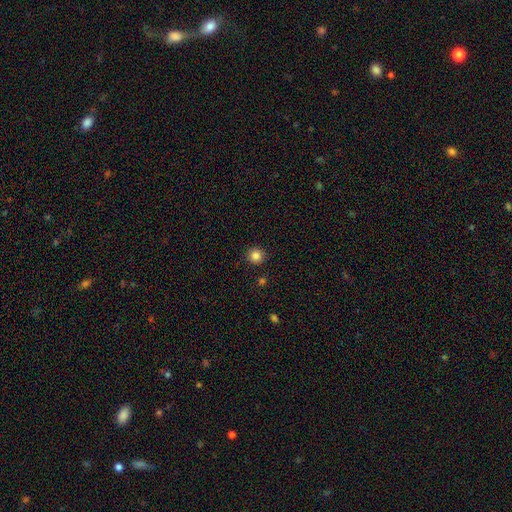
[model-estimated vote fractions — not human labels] smooth-or-featured: smooth: 84% | star or artifact: 11% | featured or disk: 4%
  how-rounded: round: 93% | in between: 6% | cigar-shaped: 1%
  merging: none: 90% | minor disturbance: 6% | major disturbance: 2% | merger: 2%